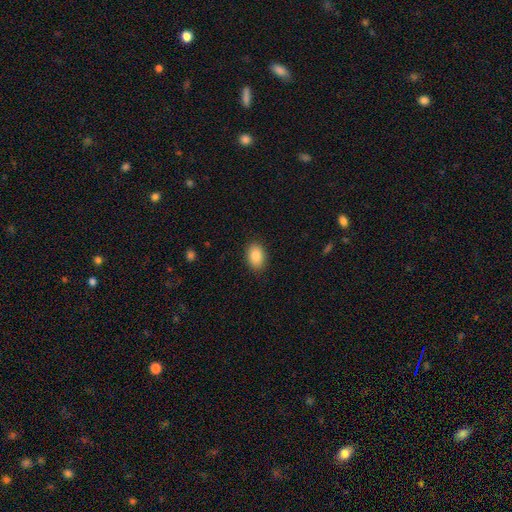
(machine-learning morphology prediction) A smooth galaxy with no disk features (86%) that is in between round and cigar-shaped (85%).

Vote fractions:
- Smooth or featured? smooth: 86% / star or artifact: 7% / featured or disk: 7%
- How rounded? in between: 85% / round: 14% / cigar-shaped: 1%
- Merging? none: 88% / minor disturbance: 9% / major disturbance: 2% / merger: 1%